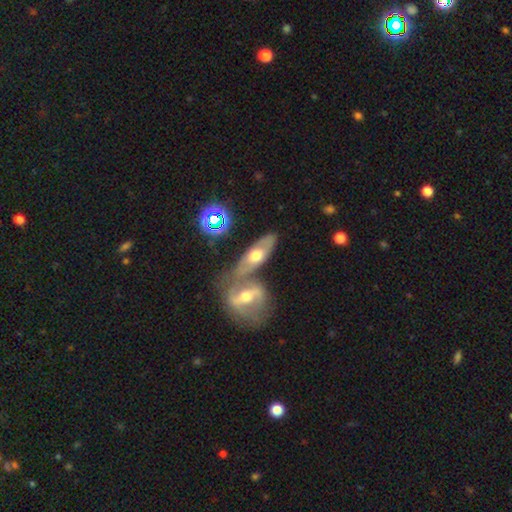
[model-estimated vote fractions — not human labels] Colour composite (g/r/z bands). It shows a featured or disk galaxy (51%). Merging: none (46%).